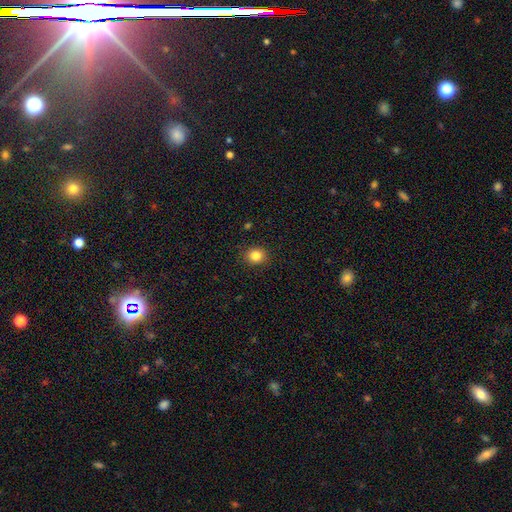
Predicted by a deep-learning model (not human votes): smooth-or-featured: smooth: 84% | star or artifact: 11% | featured or disk: 5%
  how-rounded: round: 77% | in between: 22% | cigar-shaped: 1%
  merging: none: 90% | minor disturbance: 7% | major disturbance: 2% | merger: 1%